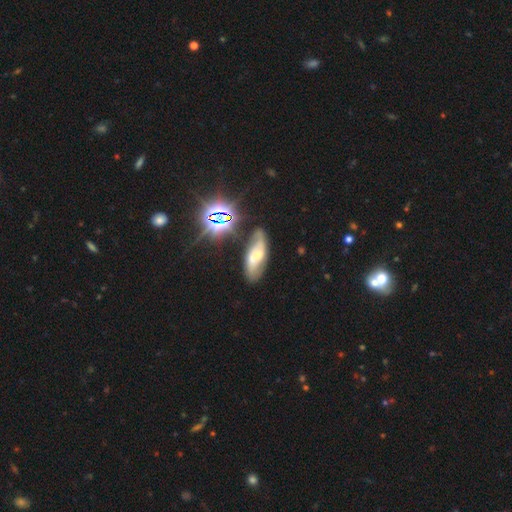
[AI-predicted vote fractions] Smooth or featured? featured or disk (57%)
Edge-on disk? no (86%)
Merging? none (68%)